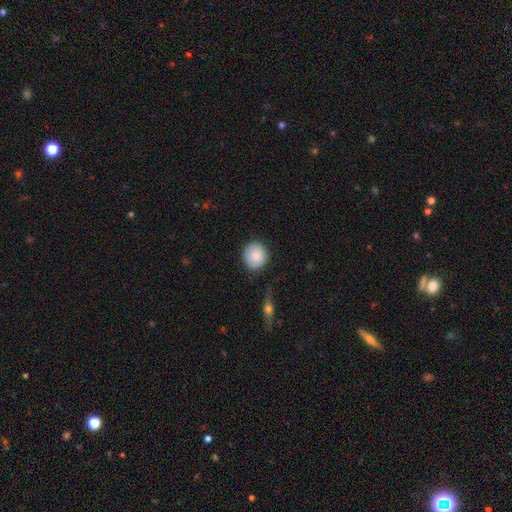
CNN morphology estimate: This is clearly a smooth galaxy (88%). How rounded: clearly round (89%). Merging: clearly none (86%).